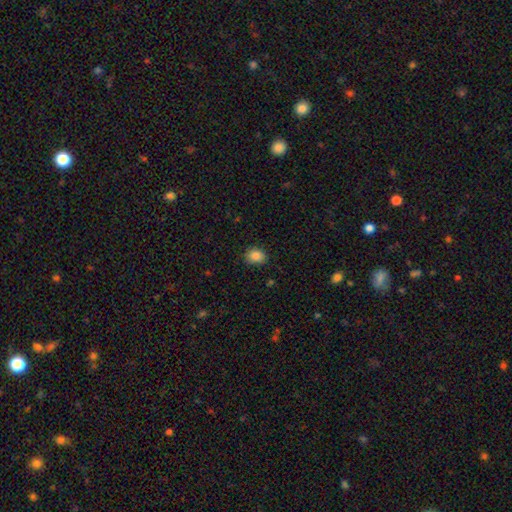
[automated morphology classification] type=smooth (87%); roundness=round (54%); merging=none (85%).